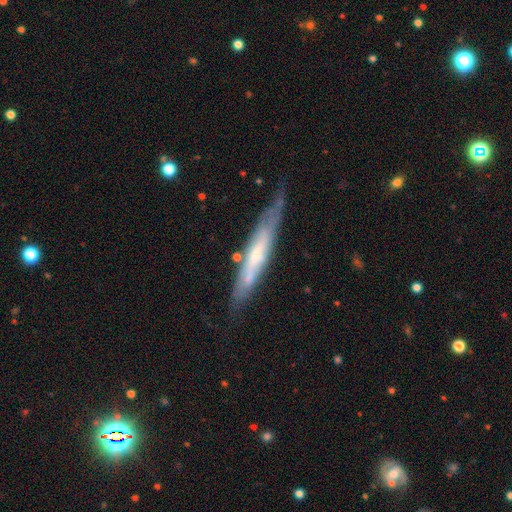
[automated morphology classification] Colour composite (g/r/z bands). It shows a featured or disk galaxy (58%) viewed edge-on (73%). Merging: none (63%).